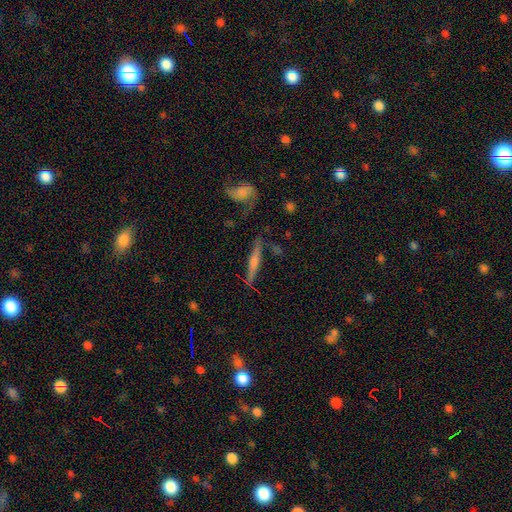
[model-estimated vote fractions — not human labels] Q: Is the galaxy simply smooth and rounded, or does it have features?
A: featured or disk — 66%.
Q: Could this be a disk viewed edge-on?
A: yes — 92%.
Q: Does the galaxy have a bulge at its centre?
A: rounded — 70%.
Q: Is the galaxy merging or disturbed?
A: none — 77%.